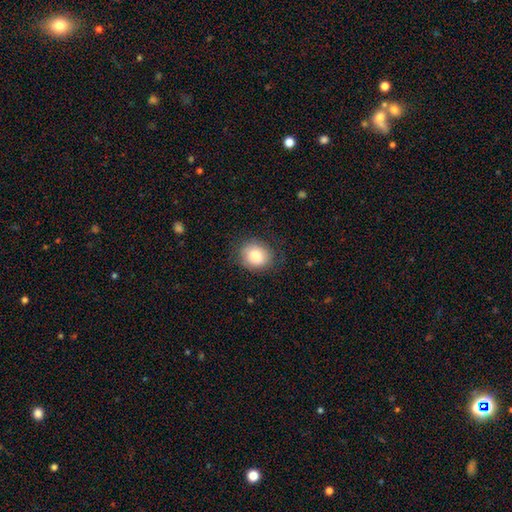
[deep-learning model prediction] Smooth or featured? smooth (83%)
How rounded? round (63%)
Merging? none (79%)